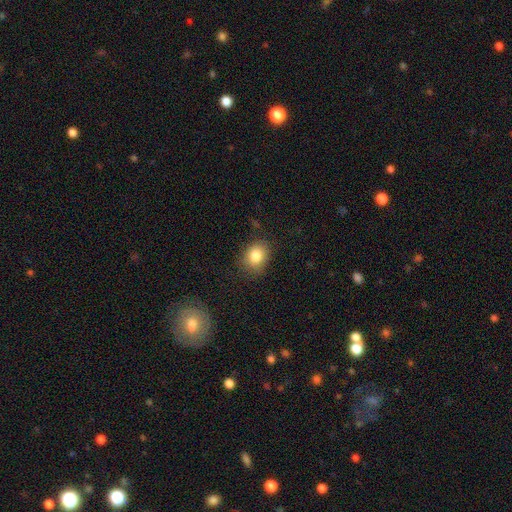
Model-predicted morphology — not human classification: The model was most divided on "how rounded": in between: 53%, round: 46%, cigar-shaped: 1%. More confident: smooth or featured — smooth (83%); merging — none (78%).